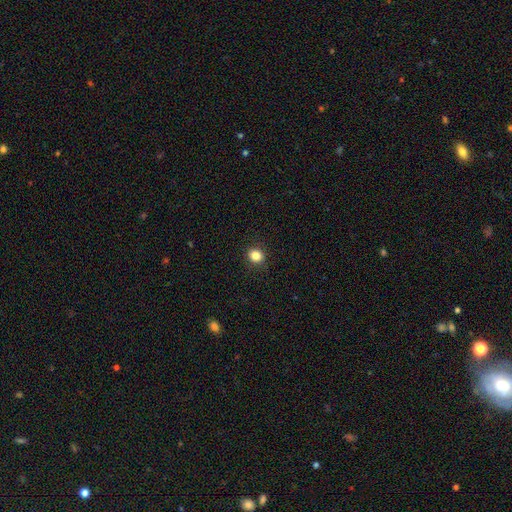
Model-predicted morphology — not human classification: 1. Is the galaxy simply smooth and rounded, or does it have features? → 84% smooth, 11% star or artifact, 5% featured or disk.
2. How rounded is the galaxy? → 74% round, 25% in between, 1% cigar-shaped.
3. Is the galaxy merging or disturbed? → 91% none, 6% minor disturbance, 2% major disturbance, 1% merger.